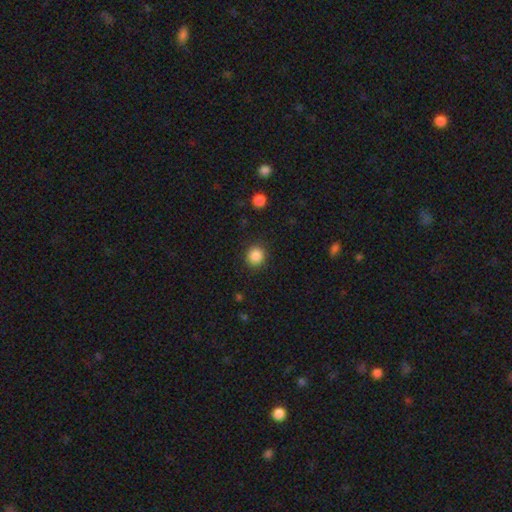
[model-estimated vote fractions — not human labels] The model was most divided on "how rounded": round: 87%, in between: 12%, cigar-shaped: 1%. More confident: merging — none (89%); smooth or featured — smooth (87%).